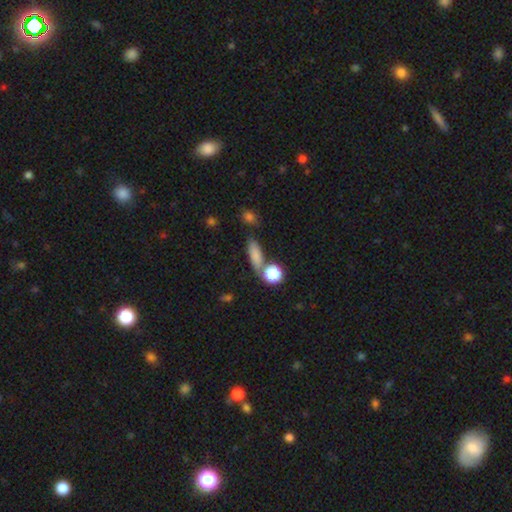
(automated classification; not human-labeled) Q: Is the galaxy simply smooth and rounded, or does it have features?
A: smooth — 80%.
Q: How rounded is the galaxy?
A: in between — 50%.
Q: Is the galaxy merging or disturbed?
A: none — 67%.